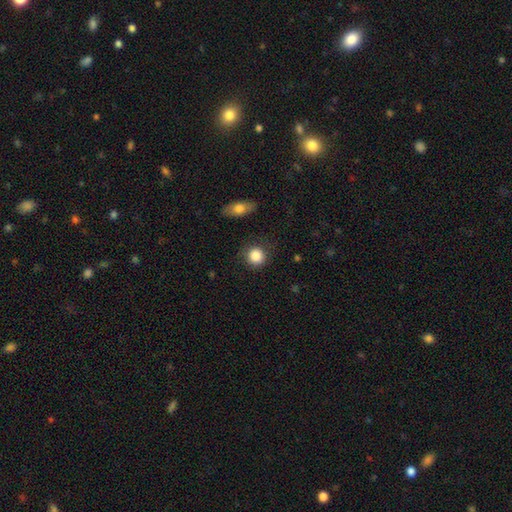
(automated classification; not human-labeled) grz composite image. It shows a smooth galaxy with no disk features (87%) that is round (90%). Merging: none (85%).